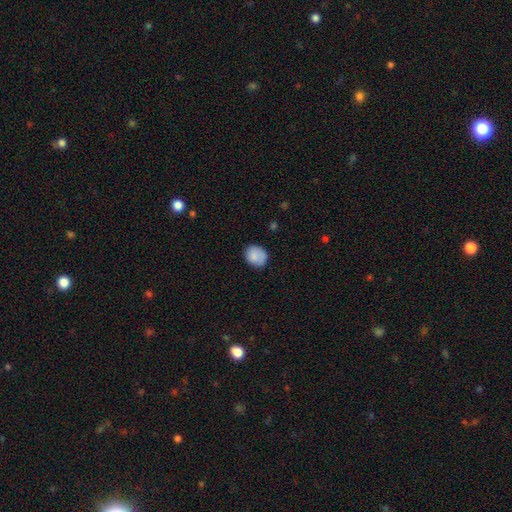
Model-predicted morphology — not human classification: This is clearly a smooth galaxy (85%). How rounded: likely round (67%). Merging: likely none (78%).